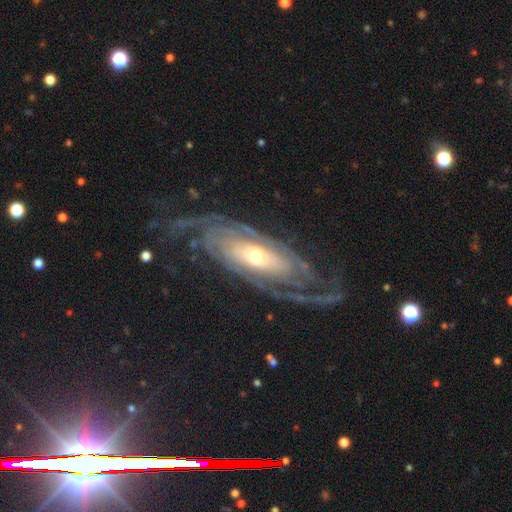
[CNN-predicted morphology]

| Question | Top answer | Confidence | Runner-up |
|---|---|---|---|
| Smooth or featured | featured or disk | 90% | smooth (5%) |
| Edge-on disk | no | 91% | yes (9%) |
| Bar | no | 59% | weak (25%) |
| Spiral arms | yes | 96% | no (4%) |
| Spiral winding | tight | 57% | medium (32%) |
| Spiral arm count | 2 | 32% | can't tell (27%) |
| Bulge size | moderate | 54% | small (34%) |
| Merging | none | 70% | minor disturbance (15%) |